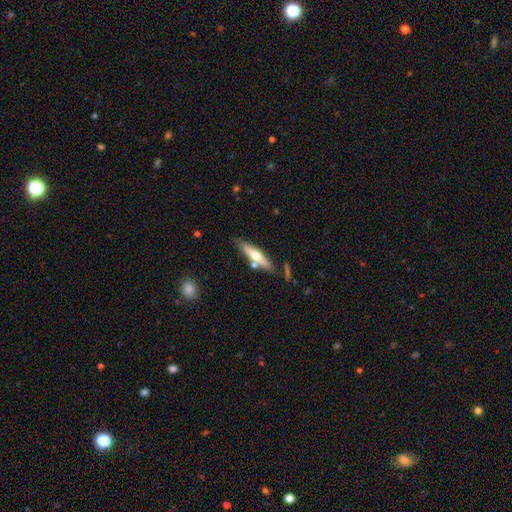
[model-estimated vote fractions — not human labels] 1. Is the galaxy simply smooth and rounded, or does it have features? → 50% featured or disk, 44% smooth, 6% star or artifact.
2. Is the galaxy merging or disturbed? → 75% none, 13% minor disturbance, 10% merger, 3% major disturbance.